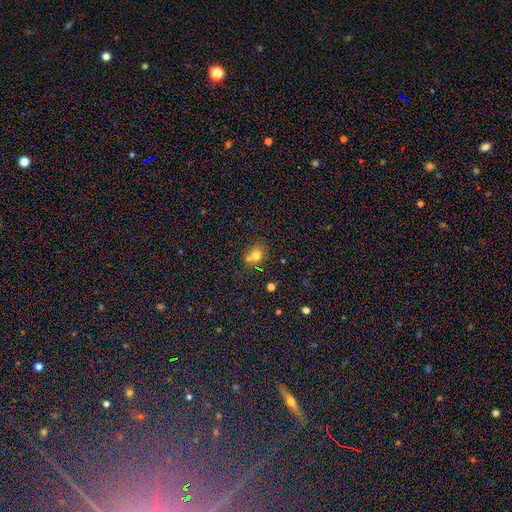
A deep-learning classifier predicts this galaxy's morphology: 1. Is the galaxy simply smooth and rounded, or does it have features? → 73% smooth, 15% star or artifact, 11% featured or disk.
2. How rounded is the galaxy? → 70% round, 29% in between, 1% cigar-shaped.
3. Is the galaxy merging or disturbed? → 51% none, 33% merger, 12% minor disturbance, 4% major disturbance.